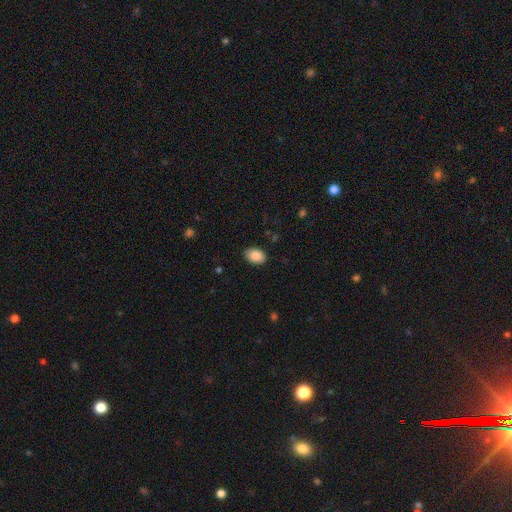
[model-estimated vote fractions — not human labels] Overall: smooth (88%). How rounded: in between (85%). Merging: none (84%).